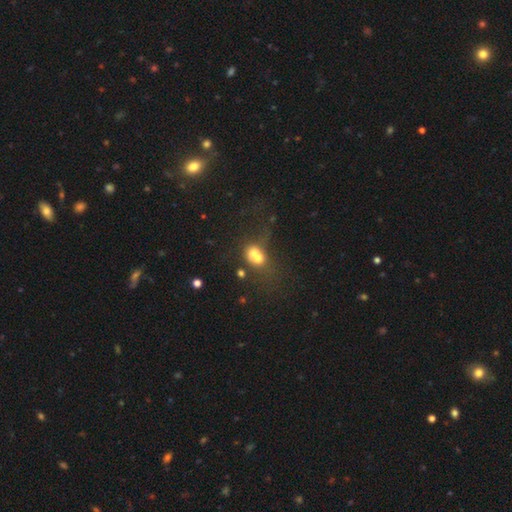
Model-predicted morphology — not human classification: smooth-or-featured: smooth: 59% | featured or disk: 27% | star or artifact: 14%
  how-rounded: round: 59% | in between: 40% | cigar-shaped: 1%
  merging: merger: 69% | none: 18% | minor disturbance: 6% | major disturbance: 6%